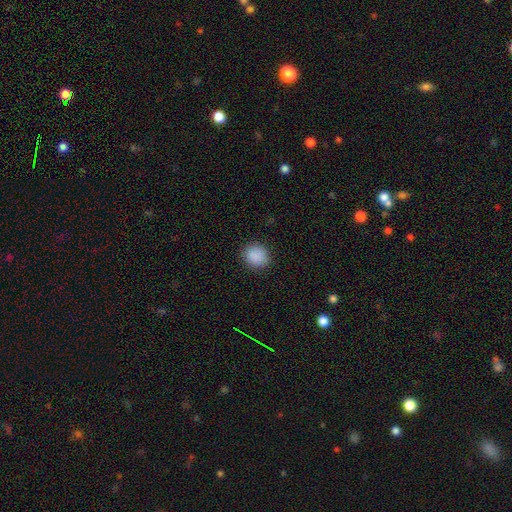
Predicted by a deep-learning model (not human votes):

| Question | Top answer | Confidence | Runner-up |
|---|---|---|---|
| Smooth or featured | smooth | 89% | star or artifact (9%) |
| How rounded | round | 73% | in between (26%) |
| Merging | none | 88% | minor disturbance (9%) |